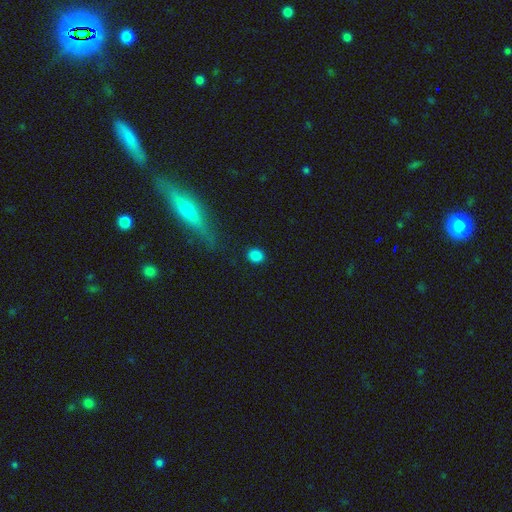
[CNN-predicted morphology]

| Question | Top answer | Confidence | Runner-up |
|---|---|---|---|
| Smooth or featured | smooth | 86% | star or artifact (10%) |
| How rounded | round | 74% | in between (24%) |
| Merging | none | 89% | minor disturbance (7%) |